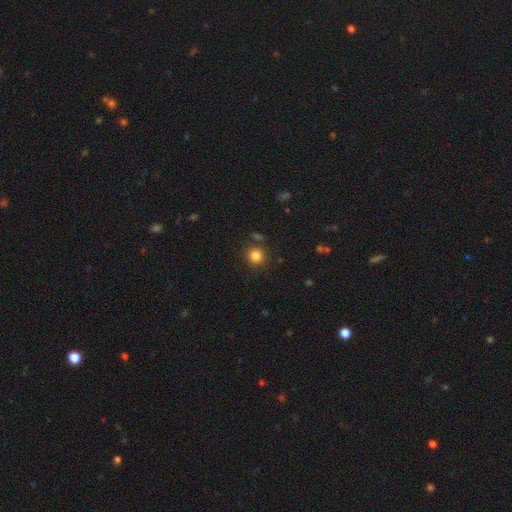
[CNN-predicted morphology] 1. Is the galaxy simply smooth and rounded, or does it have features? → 83% smooth, 13% star or artifact, 5% featured or disk.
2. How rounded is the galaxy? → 92% round, 7% in between, 1% cigar-shaped.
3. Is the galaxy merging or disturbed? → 84% none, 8% minor disturbance, 5% merger, 3% major disturbance.